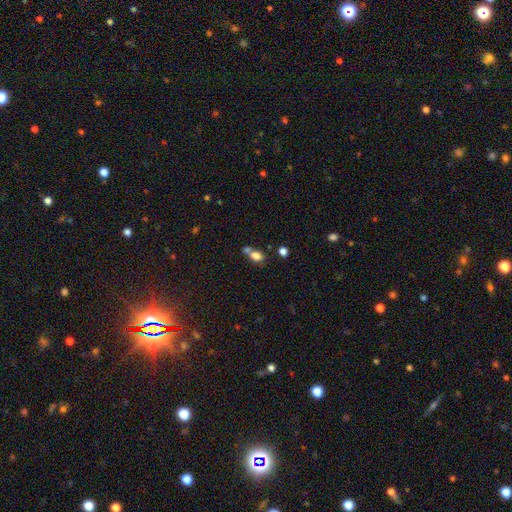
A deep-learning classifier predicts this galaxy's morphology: Overall: smooth (78%). How rounded: in between (80%). Merging: merger (43%; none 39%).